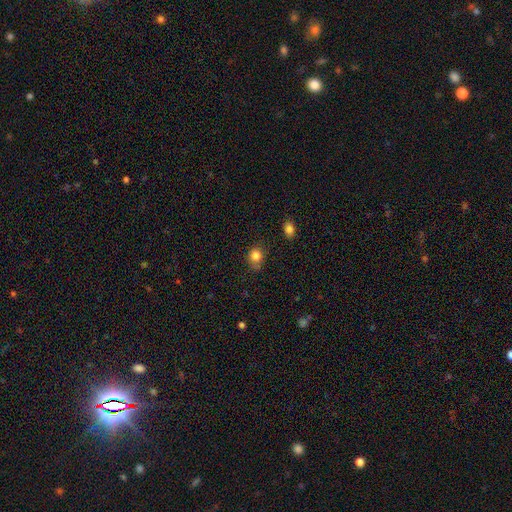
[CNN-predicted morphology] Q: Smooth or featured?
A: smooth (83%); runner-up: star or artifact (11%)
Q: How rounded?
A: round (66%); runner-up: in between (33%)
Q: Merging?
A: none (60%); runner-up: minor disturbance (30%)